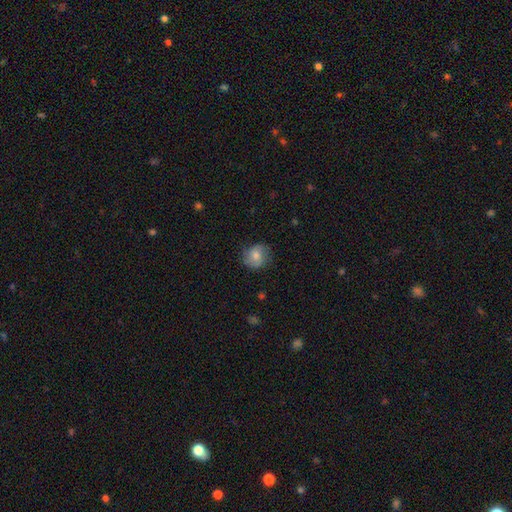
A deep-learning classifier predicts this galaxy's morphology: smooth 71%, featured or disk 21%, star or artifact 8%. Down the decision tree: how rounded — round (79%); merging — none (75%).